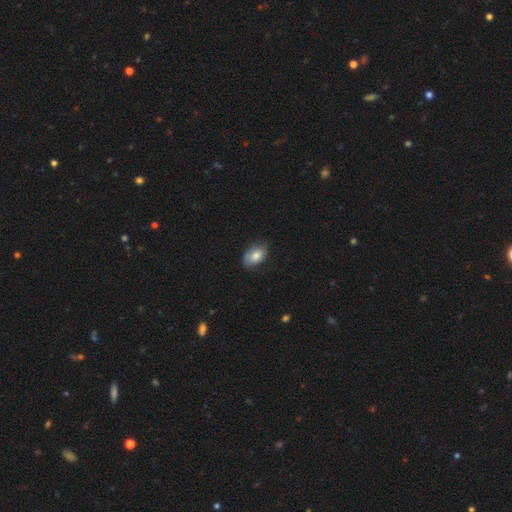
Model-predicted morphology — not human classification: Q: Smooth or featured?
A: smooth (72%); runner-up: featured or disk (20%)
Q: How rounded?
A: in between (88%); runner-up: round (11%)
Q: Merging?
A: none (68%); runner-up: minor disturbance (25%)